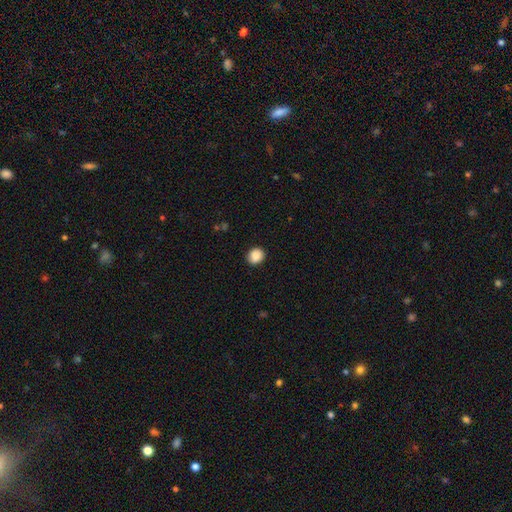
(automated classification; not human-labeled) Smooth or featured: smooth — 89% (star or artifact — 8%)
How rounded: round — 81% (in between — 18%)
Merging: none — 89% (minor disturbance — 8%)